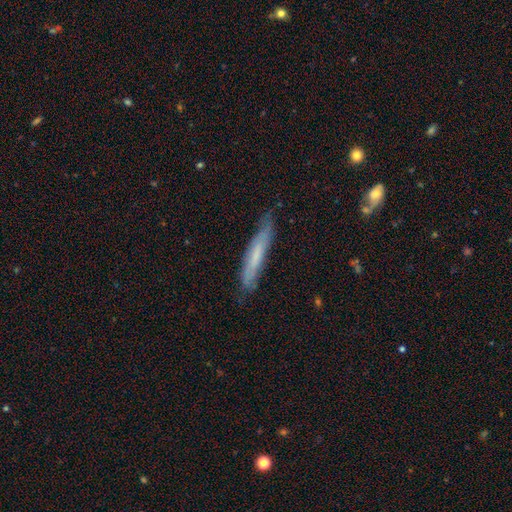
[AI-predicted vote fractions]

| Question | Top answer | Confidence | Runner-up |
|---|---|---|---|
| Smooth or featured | smooth | 53% | featured or disk (40%) |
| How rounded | cigar-shaped | 92% | in between (7%) |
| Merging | none | 78% | minor disturbance (18%) |